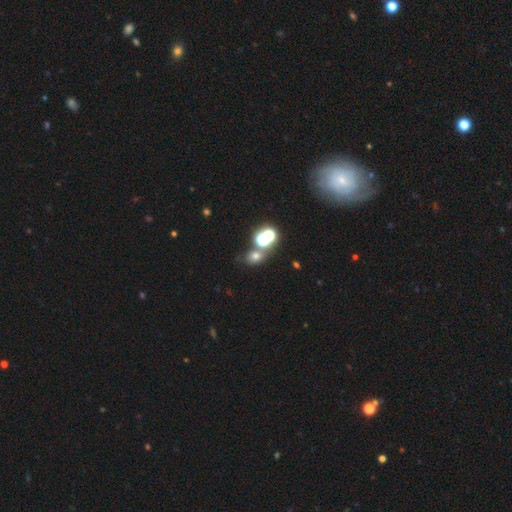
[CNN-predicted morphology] Smooth or featured: smooth — 59% (star or artifact — 30%)
How rounded: round — 59% (in between — 39%)
Merging: none — 55% (merger — 29%)